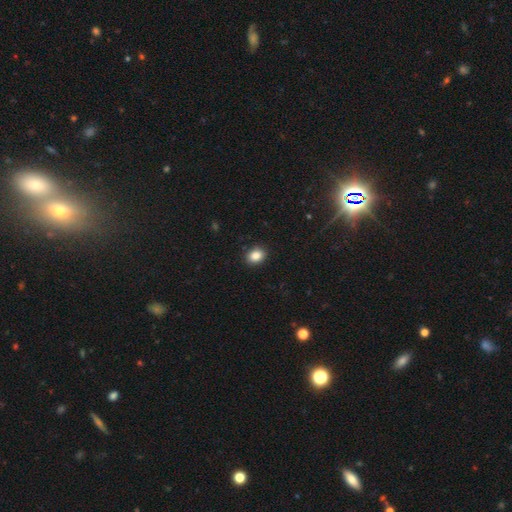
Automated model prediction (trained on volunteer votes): Smooth or featured?
  - smooth: 86% *
  - star or artifact: 9%
  - featured or disk: 5%
How rounded?
  - in between: 53% *
  - round: 46%
  - cigar-shaped: 1%
Merging?
  - none: 89% *
  - minor disturbance: 8%
  - major disturbance: 2%
  - merger: 1%